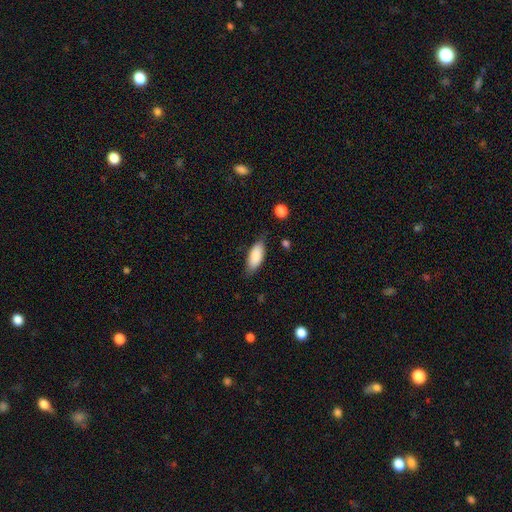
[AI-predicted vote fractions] Q: Smooth or featured?
A: smooth (86%); runner-up: featured or disk (8%)
Q: How rounded?
A: in between (82%); runner-up: cigar-shaped (16%)
Q: Merging?
A: none (75%); runner-up: minor disturbance (19%)